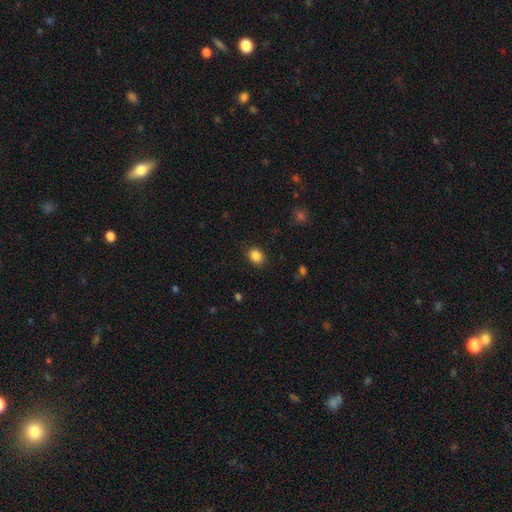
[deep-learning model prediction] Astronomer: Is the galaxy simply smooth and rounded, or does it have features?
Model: smooth — 87%.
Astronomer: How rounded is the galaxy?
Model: in between — 56% (runner-up: round, 43%).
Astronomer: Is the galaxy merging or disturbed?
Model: none — 87%.